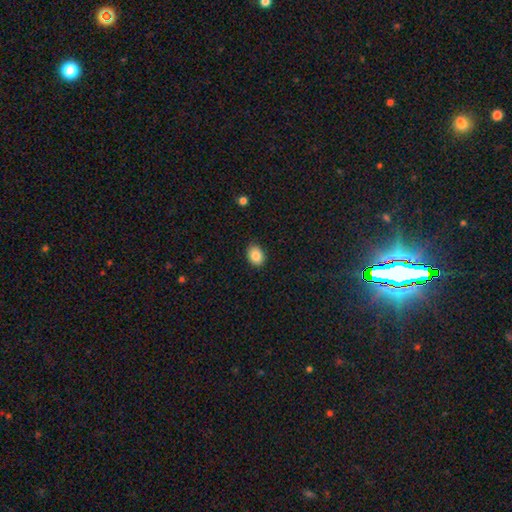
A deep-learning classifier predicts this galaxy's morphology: This appears to be a smooth galaxy with no disk features (85%) that is in between round and cigar-shaped (66%). Merging: none (86%).